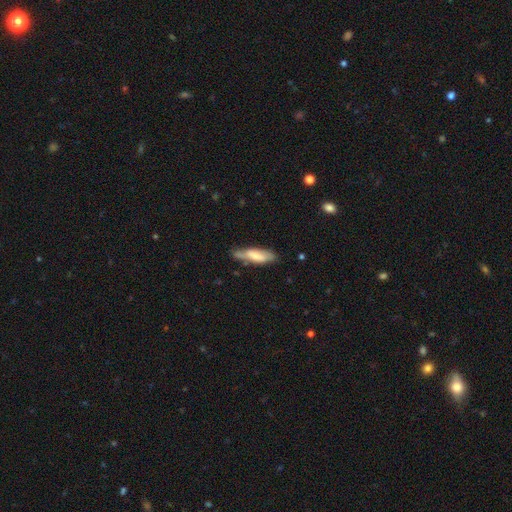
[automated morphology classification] A smooth galaxy with no disk features (60%) that is cigar-shaped (56%). Merging: none (58%).